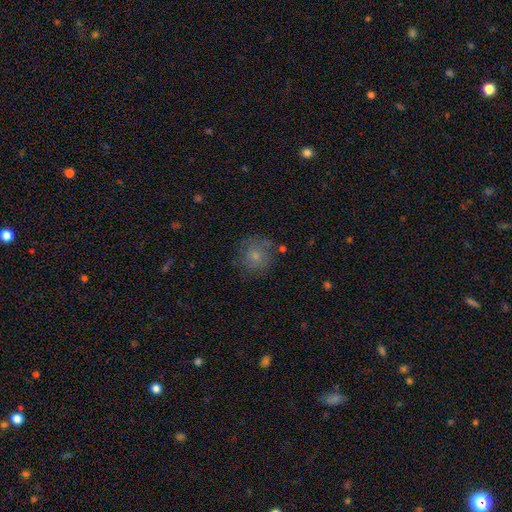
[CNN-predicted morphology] smooth 71%, featured or disk 18%, star or artifact 11%. Down the decision tree: how rounded — round (91%); merging — none (75%).